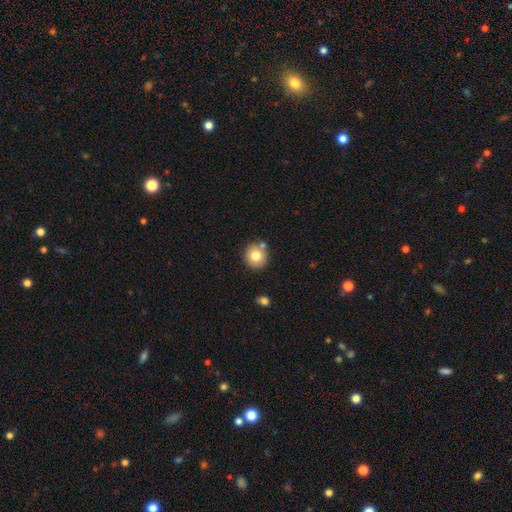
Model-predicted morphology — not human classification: Smooth or featured? Predicted: smooth (p=0.78). How rounded? Predicted: round (p=0.89). Merging? Predicted: none (p=0.77).